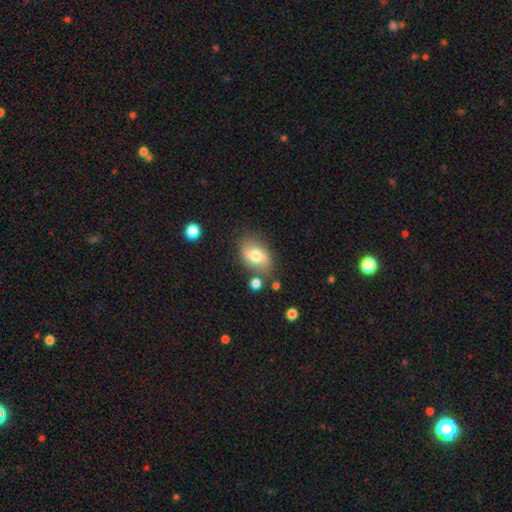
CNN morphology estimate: Smooth or featured: smooth — 62% (featured or disk — 30%)
How rounded: in between — 82% (round — 16%)
Merging: none — 71% (minor disturbance — 18%)